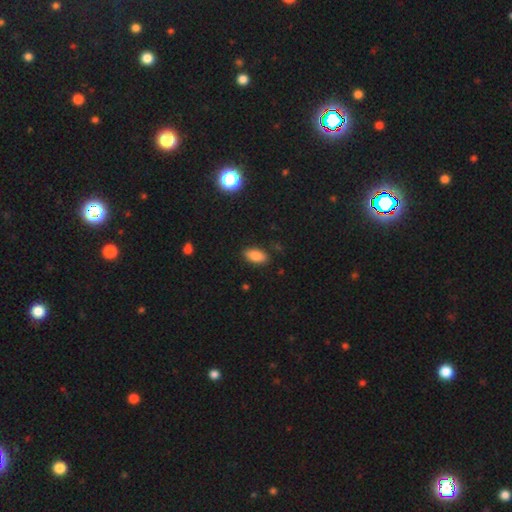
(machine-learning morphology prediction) Overall: smooth (84%). How rounded: in between (90%). Merging: none (86%).